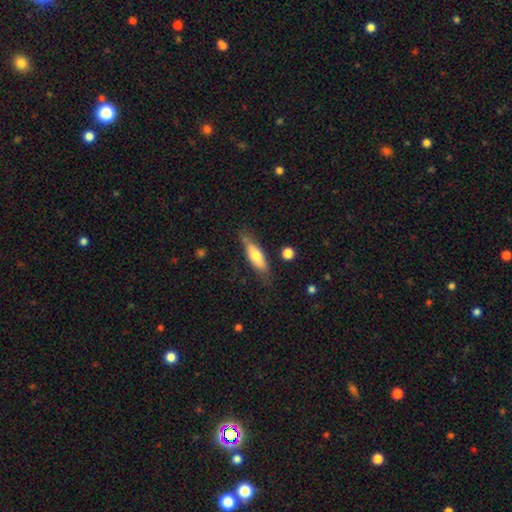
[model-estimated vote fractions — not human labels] The model was most divided on "how rounded": in between: 50%, cigar-shaped: 47%, round: 2%. More confident: merging — none (68%); smooth or featured — smooth (63%).